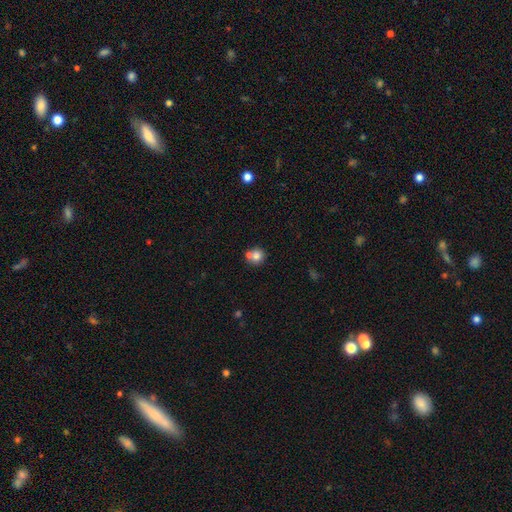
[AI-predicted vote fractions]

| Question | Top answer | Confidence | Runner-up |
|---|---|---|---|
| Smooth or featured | smooth | 77% | featured or disk (13%) |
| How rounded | round | 86% | in between (13%) |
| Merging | none | 49% | merger (39%) |